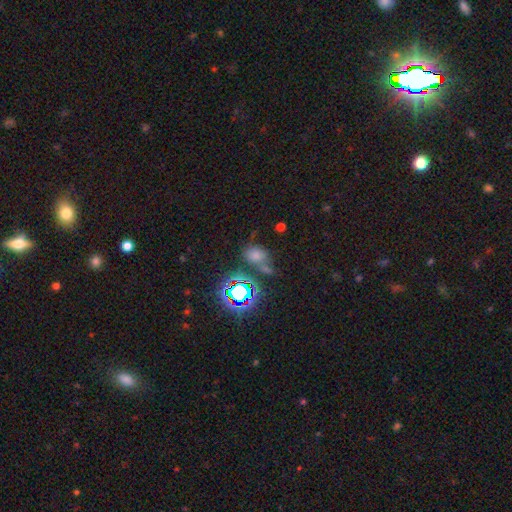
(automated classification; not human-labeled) A smooth galaxy with no disk features (56%) that is in between round and cigar-shaped (63%).

Vote fractions:
- Smooth or featured? smooth: 56% / star or artifact: 34% / featured or disk: 10%
- How rounded? in between: 63% / round: 35% / cigar-shaped: 2%
- Merging? none: 52% / merger: 21% / minor disturbance: 17% / major disturbance: 9%